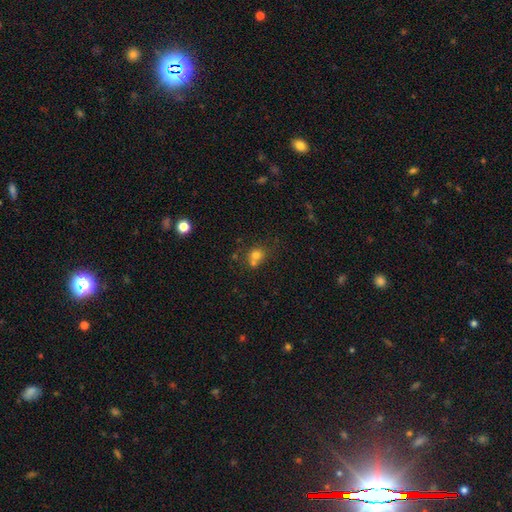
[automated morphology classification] Smooth or featured: smooth — 72% (star or artifact — 15%)
How rounded: round — 77% (in between — 22%)
Merging: merger — 46% (none — 41%)